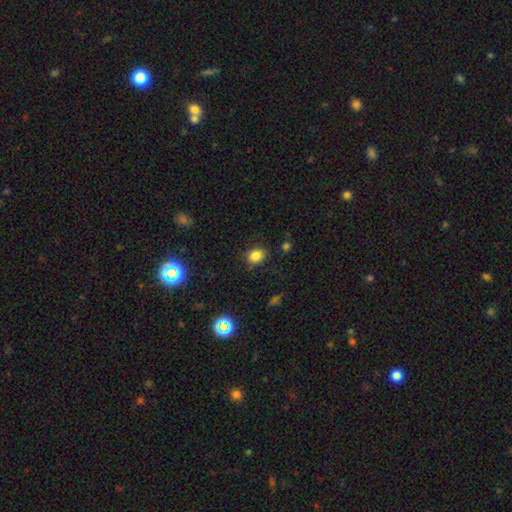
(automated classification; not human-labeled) This is clearly a smooth galaxy (82%). How rounded: possibly round (50%). Merging: clearly none (83%).